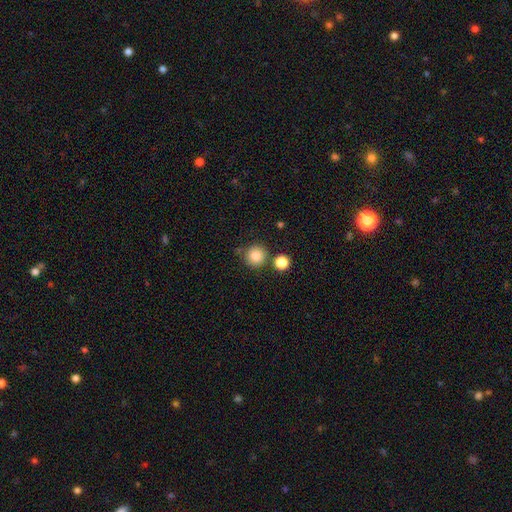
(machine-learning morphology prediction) type=smooth (83%); roundness=round (94%); merging=none (79%).